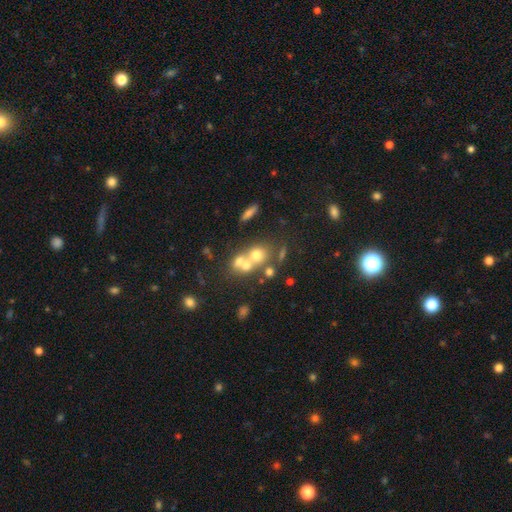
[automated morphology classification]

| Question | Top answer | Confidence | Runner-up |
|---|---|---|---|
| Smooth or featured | smooth | 44% | star or artifact (29%) |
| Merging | merger | 48% | none (39%) |